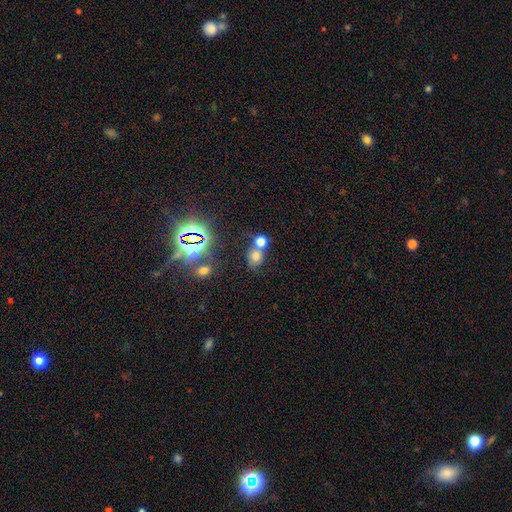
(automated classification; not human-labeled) Overall: smooth (65%). How rounded: round (70%). Merging: merger (43%, tied with none).